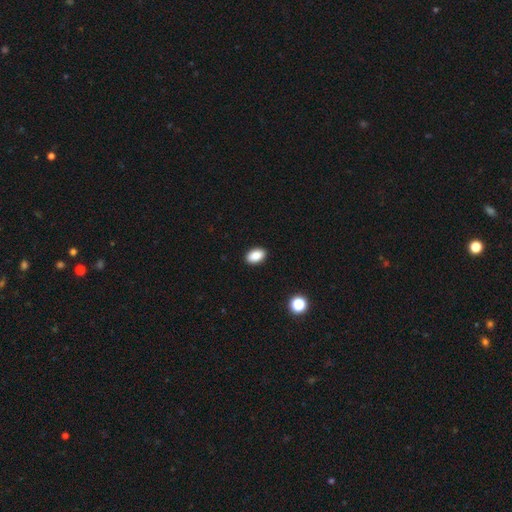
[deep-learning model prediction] Smooth or featured? Predicted: smooth (p=0.88). How rounded? Predicted: in between (p=0.90). Merging? Predicted: none (p=0.91).